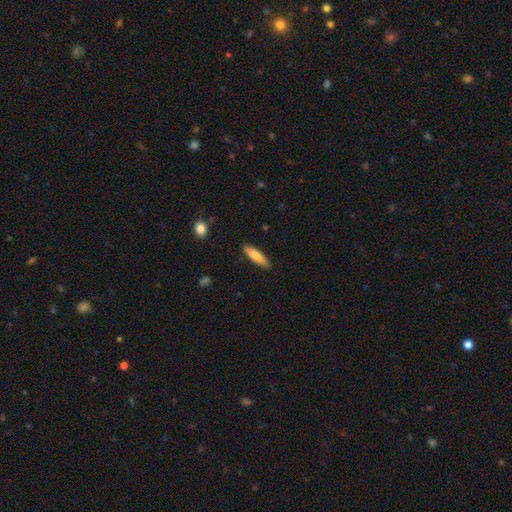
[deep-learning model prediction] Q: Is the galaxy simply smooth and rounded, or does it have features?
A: smooth — 77%.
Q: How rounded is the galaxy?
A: cigar-shaped — 69%.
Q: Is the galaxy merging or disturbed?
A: none — 88%.